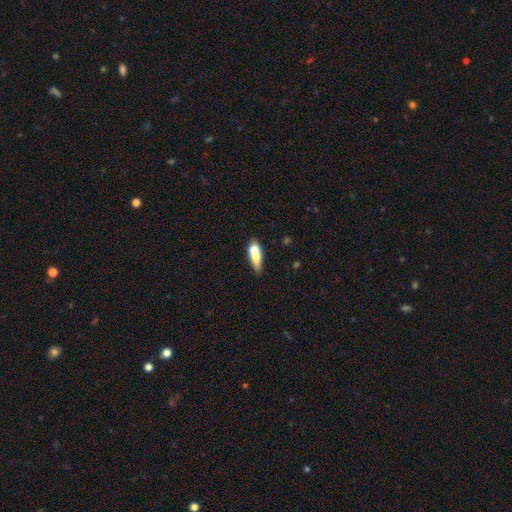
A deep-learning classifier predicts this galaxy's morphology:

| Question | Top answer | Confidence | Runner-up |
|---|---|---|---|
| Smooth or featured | smooth | 62% | featured or disk (30%) |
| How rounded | in between | 57% | cigar-shaped (33%) |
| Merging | merger | 44% | none (36%) |